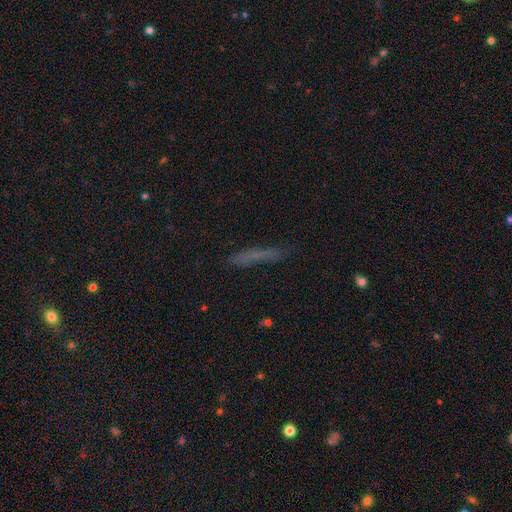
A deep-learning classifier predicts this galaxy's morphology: A smooth galaxy with no disk features (60%) that is cigar-shaped (92%).

Vote fractions:
- Smooth or featured? smooth: 60% / featured or disk: 26% / star or artifact: 14%
- How rounded? cigar-shaped: 92% / in between: 6% / round: 2%
- Merging? none: 76% / minor disturbance: 17% / major disturbance: 5% / merger: 2%